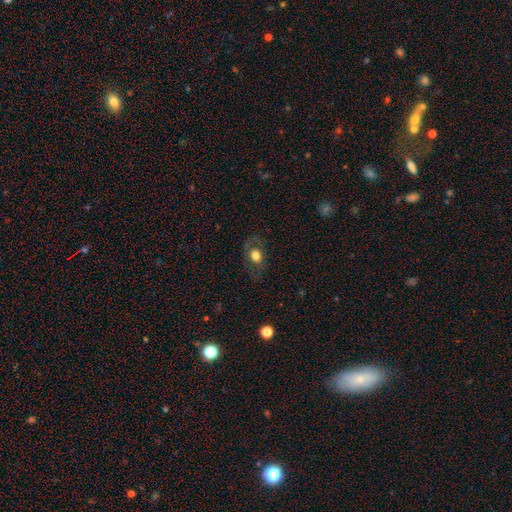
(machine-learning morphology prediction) smooth_or_featured: smooth (p=0.61) [alt: featured or disk p=0.29]
how_rounded: in between (p=0.58) [alt: round p=0.41]
merging: none (p=0.71) [alt: minor disturbance p=0.17]